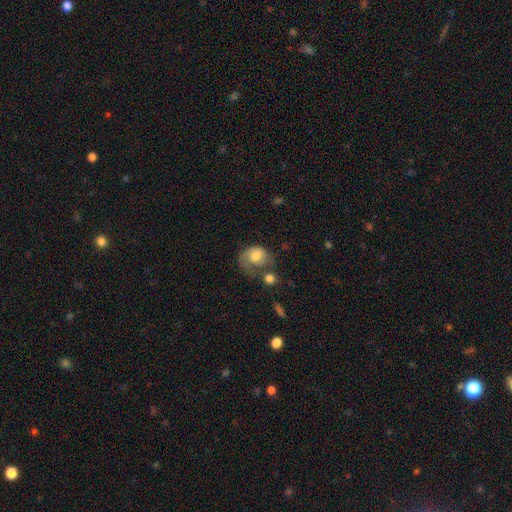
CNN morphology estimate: Q: Smooth or featured?
A: smooth (49%); runner-up: featured or disk (43%)
Q: Merging?
A: major disturbance (34%); runner-up: none (28%)